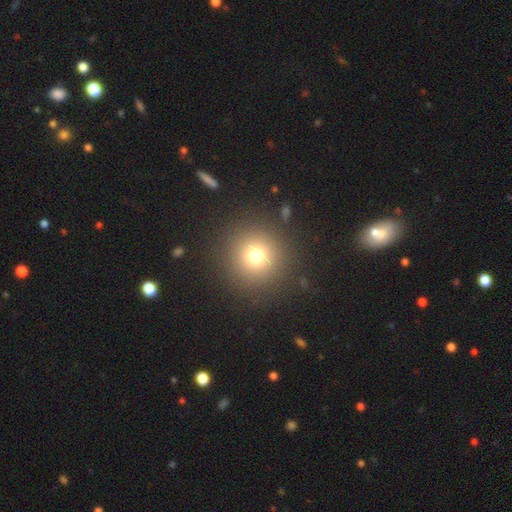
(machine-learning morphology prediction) smooth-or-featured: smooth: 73% | star or artifact: 17% | featured or disk: 10%
  how-rounded: round: 95% | in between: 4% | cigar-shaped: 1%
  merging: none: 88% | minor disturbance: 6% | major disturbance: 4% | merger: 2%